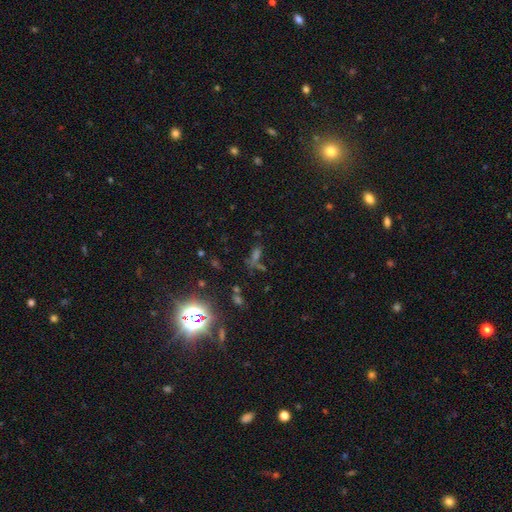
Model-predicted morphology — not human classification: smooth-or-featured: star or artifact: 58% | smooth: 27% | featured or disk: 15%